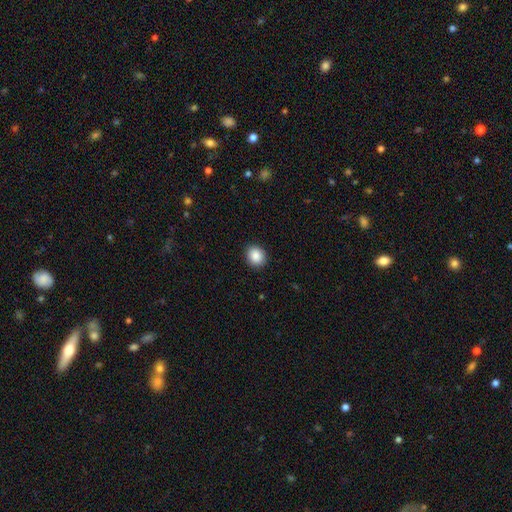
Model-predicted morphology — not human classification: type=smooth (88%); roundness=round (74%); merging=none (90%).